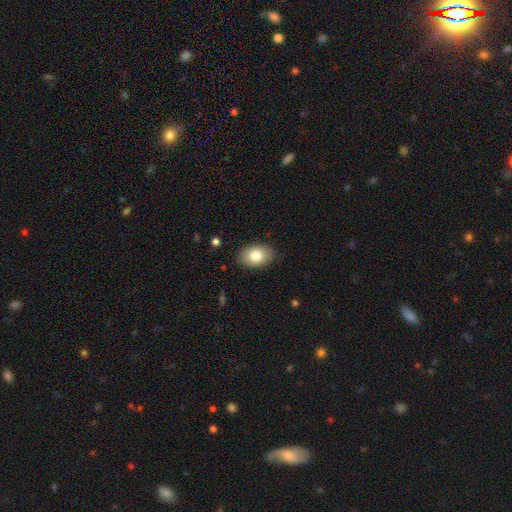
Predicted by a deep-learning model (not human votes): Smooth or featured: smooth — 80% (featured or disk — 12%)
How rounded: in between — 85% (round — 14%)
Merging: none — 87% (minor disturbance — 10%)